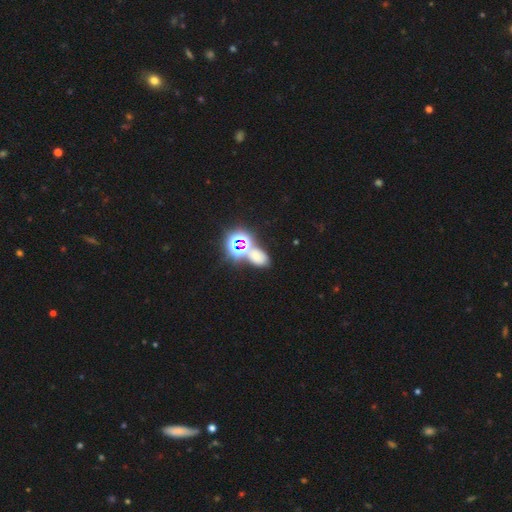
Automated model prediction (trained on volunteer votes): A smooth galaxy with no disk features (46%).

Vote fractions:
- Smooth or featured? smooth: 46% / star or artifact: 43% / featured or disk: 10%
- Merging? none: 56% / merger: 24% / minor disturbance: 13% / major disturbance: 7%